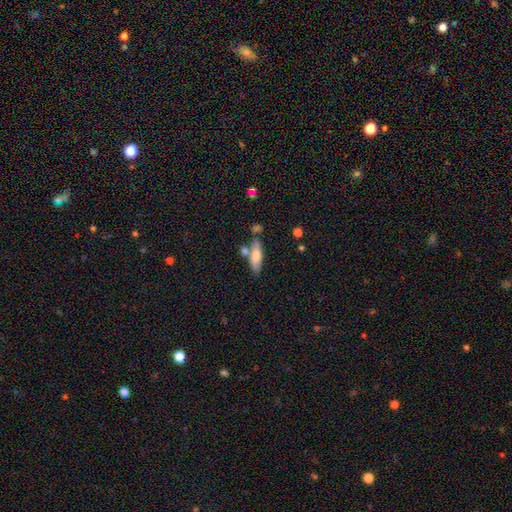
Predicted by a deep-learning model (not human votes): The model was most divided on "how rounded": in between: 54%, cigar-shaped: 44%, round: 2%. More confident: smooth or featured — smooth (74%); merging — none (64%).